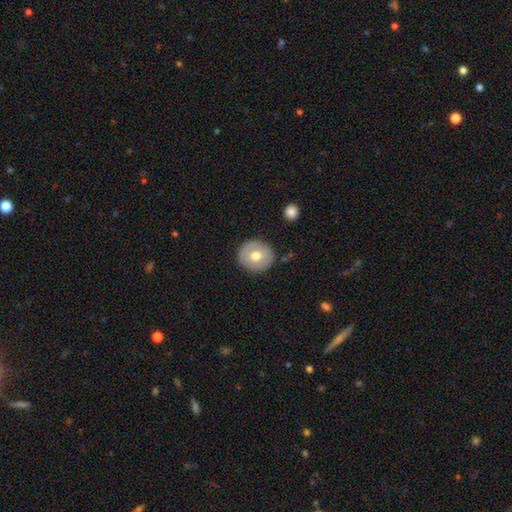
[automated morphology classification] Q: Smooth or featured?
A: smooth (63%); runner-up: featured or disk (30%)
Q: How rounded?
A: round (84%); runner-up: in between (15%)
Q: Merging?
A: none (86%); runner-up: minor disturbance (9%)